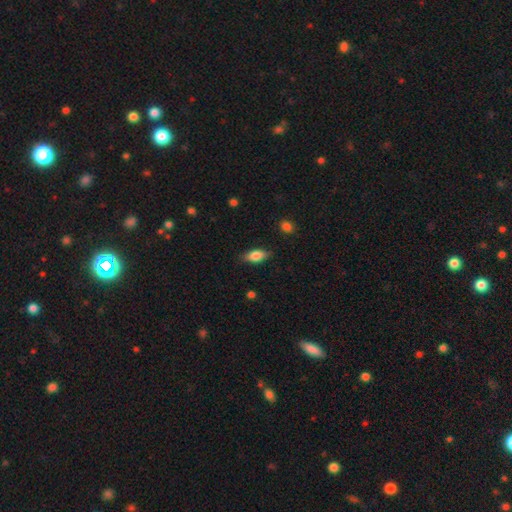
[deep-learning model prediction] This appears to be a smooth galaxy with no disk features (77%) that is in between round and cigar-shaped (83%). Merging: none (82%).